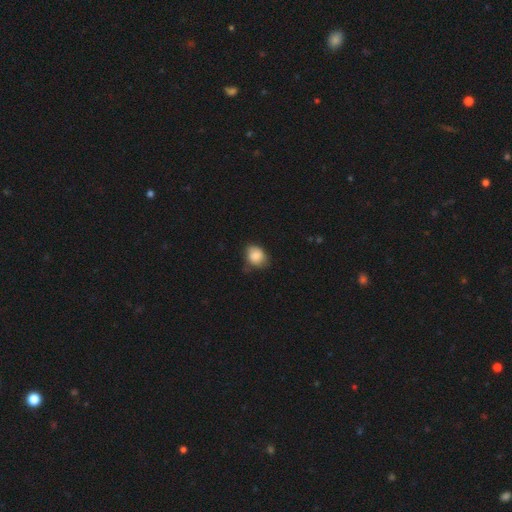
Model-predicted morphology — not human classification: type=smooth (83%); roundness=in between (53%); merging=none (60%).